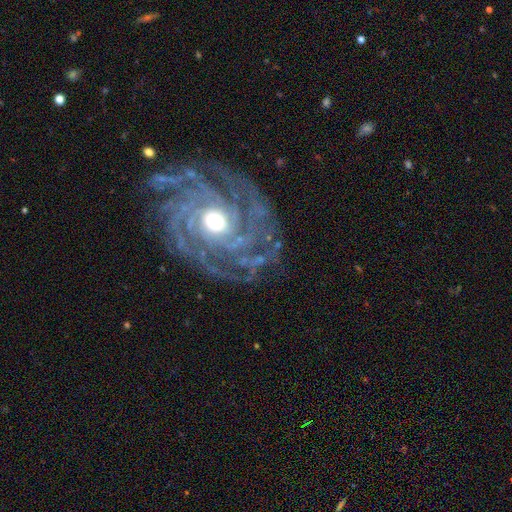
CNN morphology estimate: Smooth or featured?
  - featured or disk: 90% *
  - star or artifact: 7%
  - smooth: 4%
Edge-on disk?
  - no: 97% *
  - yes: 3%
Bar?
  - no: 68% *
  - weak: 20%
  - strong: 12%
Spiral arms?
  - yes: 98% *
  - no: 2%
Spiral winding?
  - tight: 75% *
  - medium: 21%
  - loose: 4%
Spiral arm count?
  - more than 4: 23% *
  - 4: 22%
  - 3: 18%
  - can't tell: 17%
  - 2: 11%
  - 1: 9%
Bulge size?
  - moderate: 72% *
  - small: 14%
  - large: 11%
  - dominant: 1%
  - none: 1%
Merging?
  - none: 81% *
  - minor disturbance: 13%
  - major disturbance: 5%
  - merger: 1%